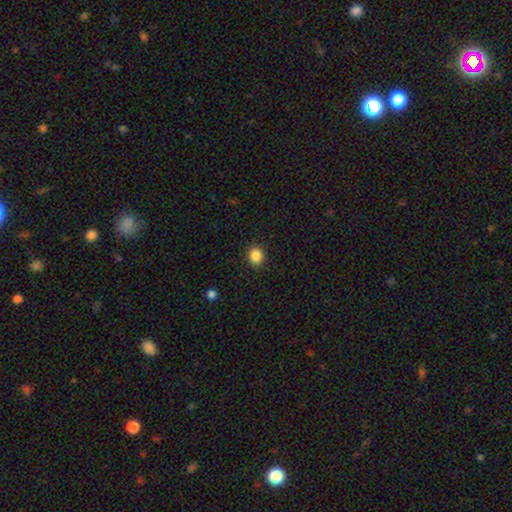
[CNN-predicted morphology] smooth-or-featured: smooth: 87% | star or artifact: 10% | featured or disk: 3%
  how-rounded: round: 66% | in between: 33% | cigar-shaped: 1%
  merging: none: 90% | minor disturbance: 7% | major disturbance: 2% | merger: 1%